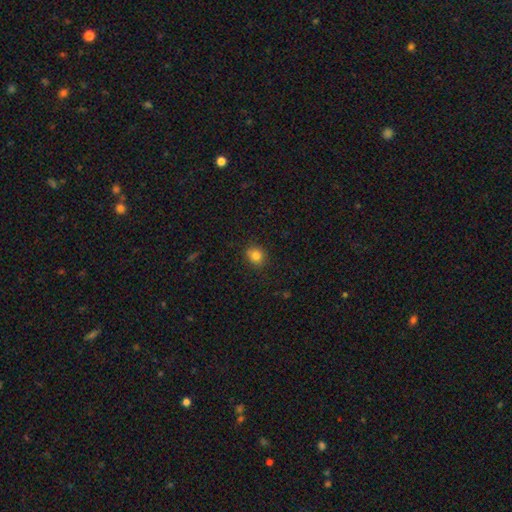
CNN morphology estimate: A smooth galaxy with no disk features (83%) that is round (76%).

Vote fractions:
- Smooth or featured? smooth: 83% / star or artifact: 11% / featured or disk: 6%
- How rounded? round: 76% / in between: 23% / cigar-shaped: 1%
- Merging? none: 88% / minor disturbance: 9% / major disturbance: 2% / merger: 1%